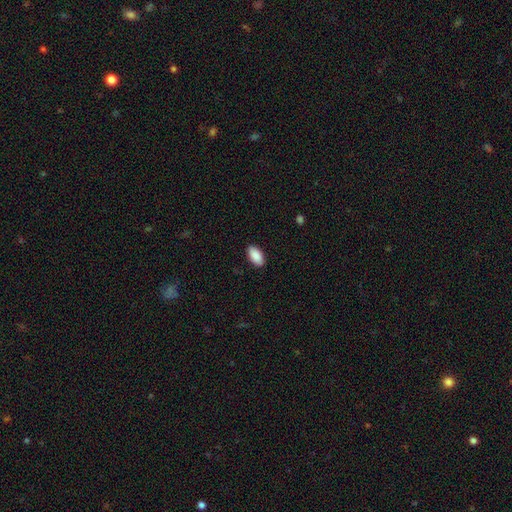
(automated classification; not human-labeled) Smooth or featured? Predicted: smooth (p=0.90). How rounded? Predicted: in between (p=0.94). Merging? Predicted: none (p=0.89).